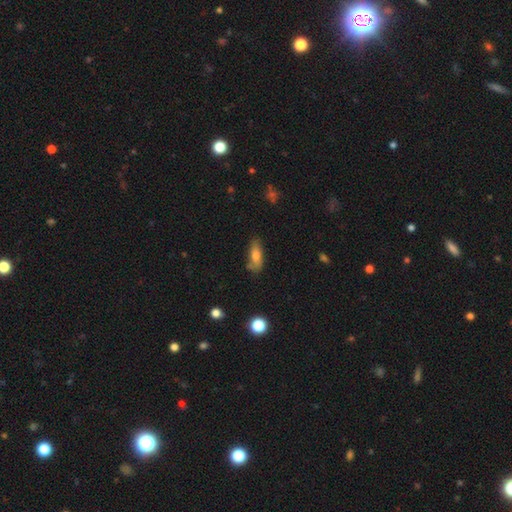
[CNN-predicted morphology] A smooth galaxy with no disk features (69%) that is in between round and cigar-shaped (67%).

Vote fractions:
- Smooth or featured? smooth: 69% / featured or disk: 22% / star or artifact: 9%
- How rounded? in between: 67% / cigar-shaped: 30% / round: 4%
- Merging? none: 66% / minor disturbance: 24% / major disturbance: 6% / merger: 4%